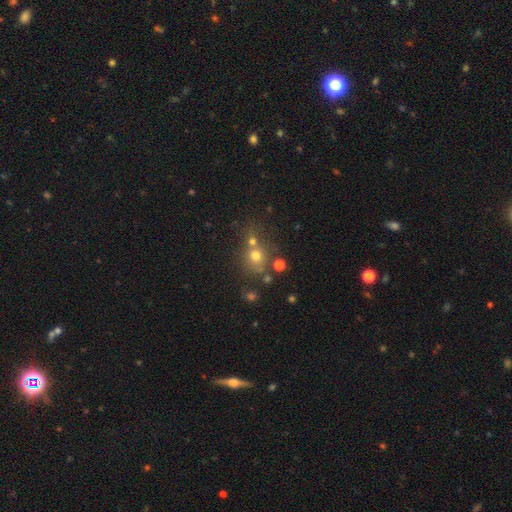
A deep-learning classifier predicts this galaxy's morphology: Q: Smooth or featured?
A: smooth (66%); runner-up: star or artifact (20%)
Q: How rounded?
A: round (84%); runner-up: in between (15%)
Q: Merging?
A: none (52%); runner-up: merger (33%)